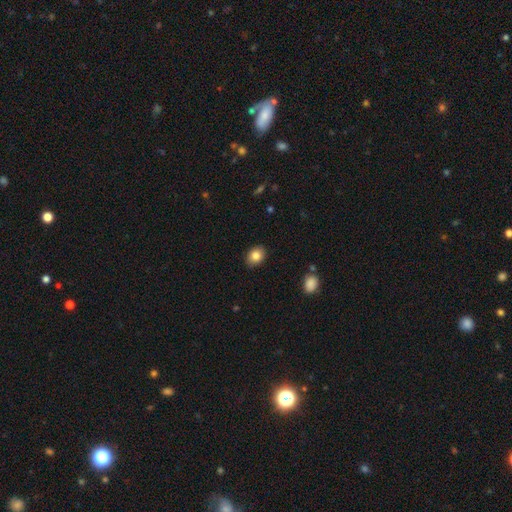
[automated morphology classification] smooth_or_featured: smooth (p=0.84) [alt: star or artifact p=0.09]
how_rounded: in between (p=0.60) [alt: round p=0.39]
merging: none (p=0.87) [alt: minor disturbance p=0.10]